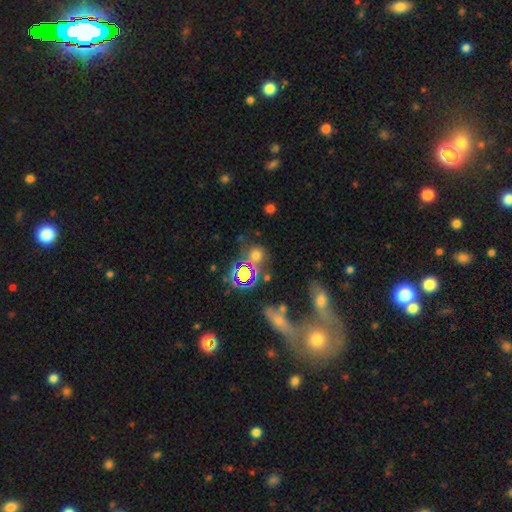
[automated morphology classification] smooth_or_featured: smooth (p=0.53) [alt: star or artifact p=0.36]
how_rounded: round (p=0.79) [alt: in between p=0.19]
merging: none (p=0.61) [alt: merger p=0.15]